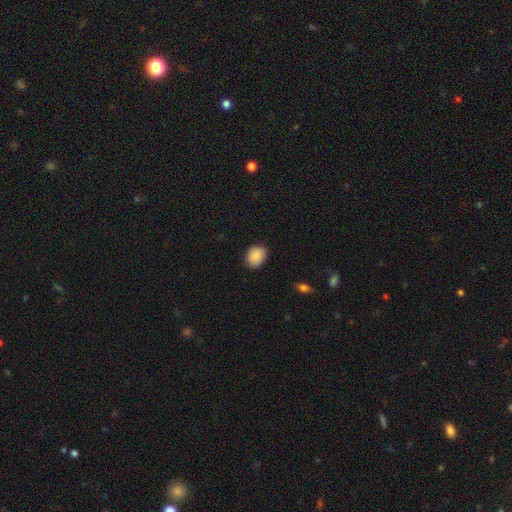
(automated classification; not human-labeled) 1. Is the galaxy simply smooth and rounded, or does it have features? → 89% smooth, 8% star or artifact, 3% featured or disk.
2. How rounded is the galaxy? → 55% round, 44% in between, 1% cigar-shaped.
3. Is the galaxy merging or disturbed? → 85% none, 11% minor disturbance, 2% major disturbance, 1% merger.